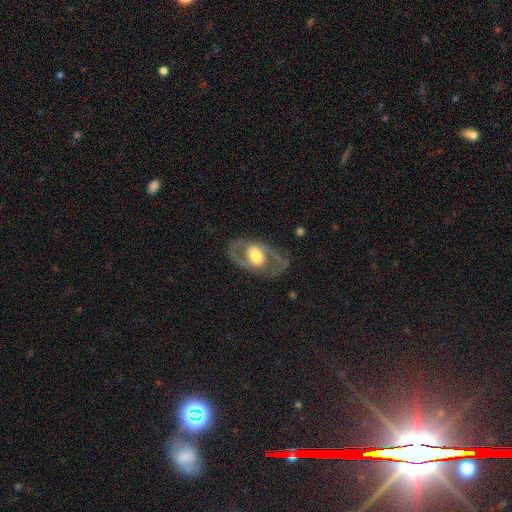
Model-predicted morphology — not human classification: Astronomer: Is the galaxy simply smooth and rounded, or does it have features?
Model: featured or disk — 75%.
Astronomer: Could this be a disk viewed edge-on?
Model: no — 93%.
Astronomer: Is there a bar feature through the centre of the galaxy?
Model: no — 60%.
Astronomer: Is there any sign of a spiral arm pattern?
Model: yes — 68%.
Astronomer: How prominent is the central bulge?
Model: large — 45% (runner-up: moderate, 43%).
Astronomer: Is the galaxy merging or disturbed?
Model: none — 78%.